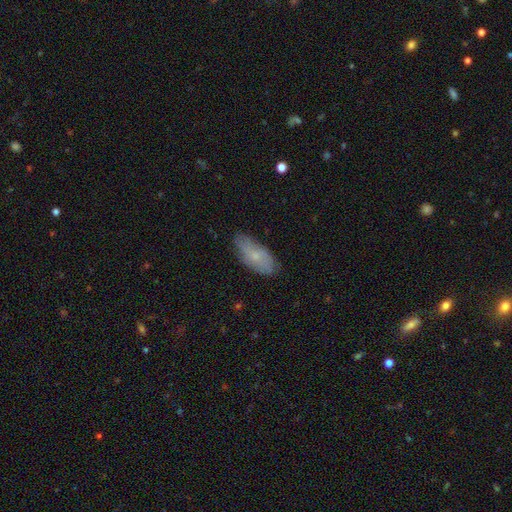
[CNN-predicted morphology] Smooth or featured? Predicted: smooth (p=0.66). How rounded? Predicted: in between (p=0.86). Merging? Predicted: none (p=0.72).